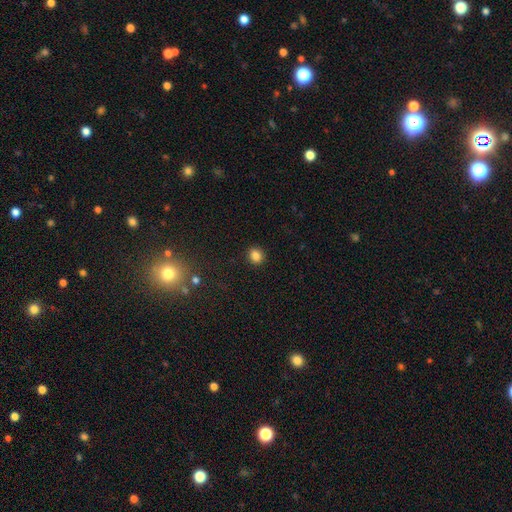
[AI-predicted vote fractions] Overall: smooth (84%). How rounded: round (78%). Merging: none (91%).